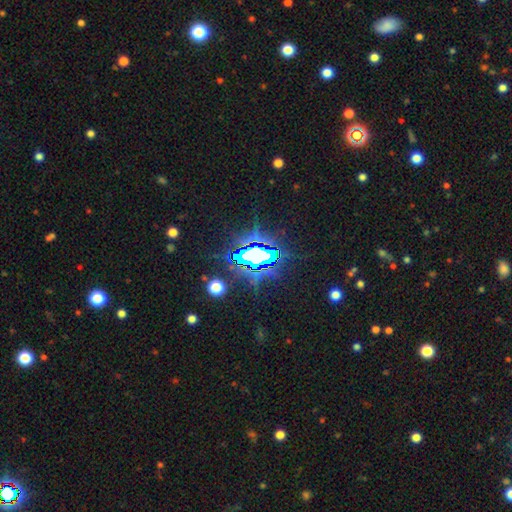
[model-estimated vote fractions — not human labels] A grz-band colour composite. It shows a star or artifact, not a galaxy (75%).